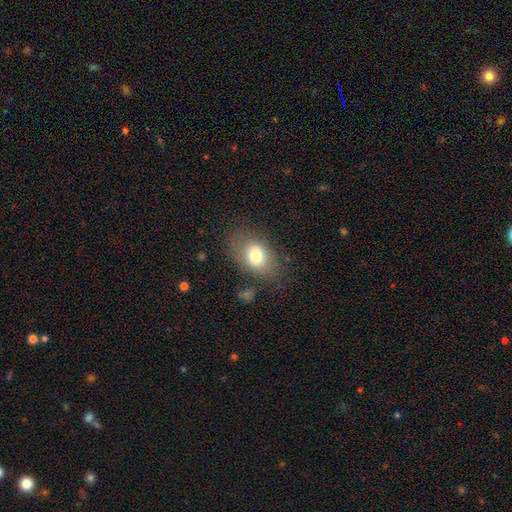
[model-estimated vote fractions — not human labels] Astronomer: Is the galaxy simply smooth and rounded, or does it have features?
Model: smooth — 74%.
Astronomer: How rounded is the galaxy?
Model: in between — 79%.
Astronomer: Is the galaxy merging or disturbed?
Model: none — 71%.